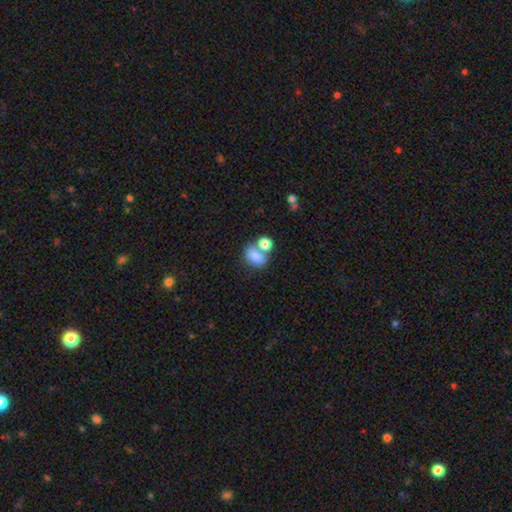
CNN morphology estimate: Overall: smooth (78%). How rounded: in between (67%; round 31%). Merging: merger (48%; none 36%).